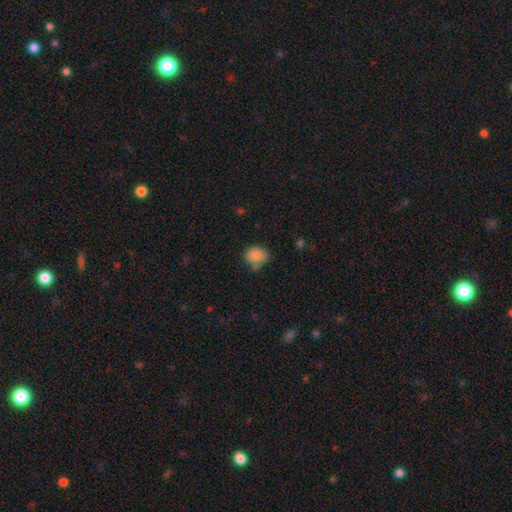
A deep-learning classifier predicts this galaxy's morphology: Overall: smooth (85%). How rounded: round (61%; in between 38%). Merging: none (62%; minor disturbance 24%).